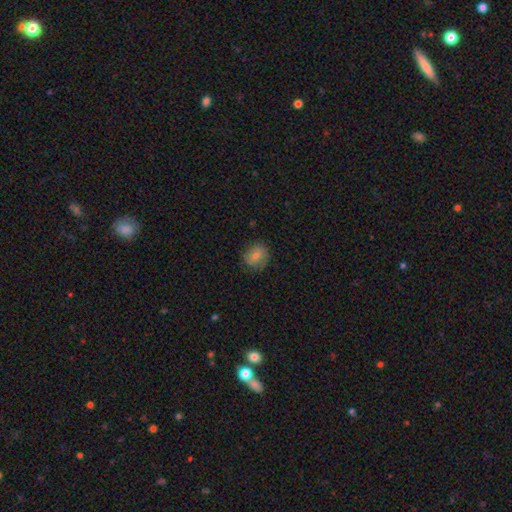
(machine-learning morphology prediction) Q: Smooth or featured?
A: smooth (60%); runner-up: featured or disk (28%)
Q: How rounded?
A: round (73%); runner-up: in between (26%)
Q: Merging?
A: none (79%); runner-up: minor disturbance (16%)